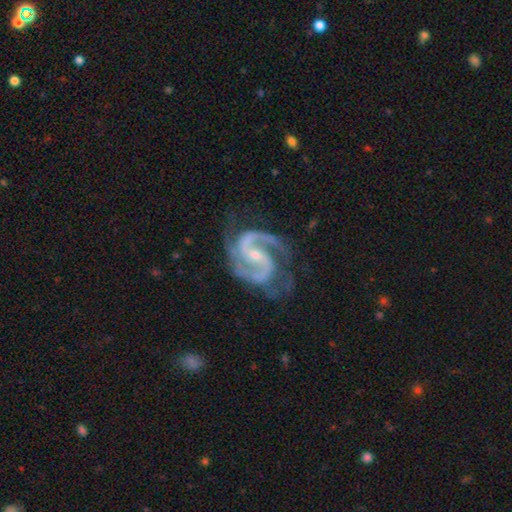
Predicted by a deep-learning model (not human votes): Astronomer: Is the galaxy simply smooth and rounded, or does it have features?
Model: featured or disk — 94%.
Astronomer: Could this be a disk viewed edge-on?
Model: no — 98%.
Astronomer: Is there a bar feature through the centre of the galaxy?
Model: weak — 42% (runner-up: no, 31%).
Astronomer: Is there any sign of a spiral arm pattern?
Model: yes — 99%.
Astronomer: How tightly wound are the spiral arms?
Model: medium — 64%.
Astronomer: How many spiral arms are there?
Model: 2 — 89%.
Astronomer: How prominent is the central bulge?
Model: small — 64%.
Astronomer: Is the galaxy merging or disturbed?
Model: none — 70%.